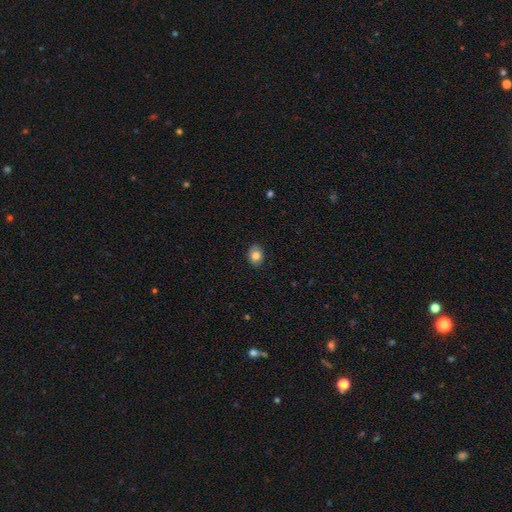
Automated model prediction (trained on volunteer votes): smooth 81%, featured or disk 10%, star or artifact 9%. Down the decision tree: how rounded — in between (61%); merging — none (87%).